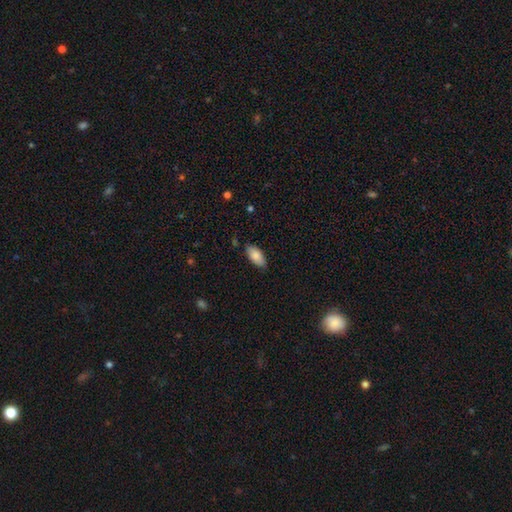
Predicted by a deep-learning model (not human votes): Smooth or featured? smooth (85%)
How rounded? in between (92%)
Merging? none (82%)